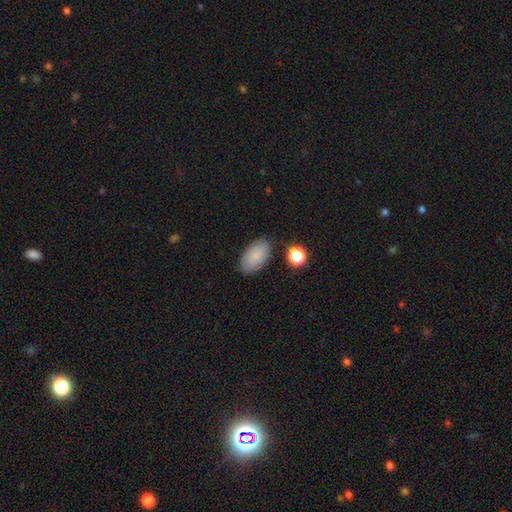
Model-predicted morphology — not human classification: smooth 85%, star or artifact 8%, featured or disk 7%. Down the decision tree: how rounded — in between (94%); merging — none (83%).